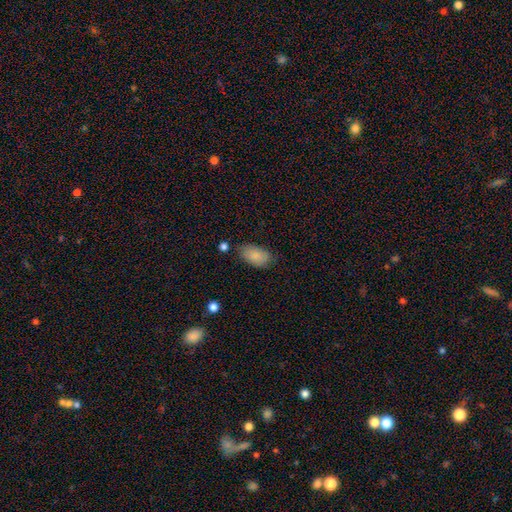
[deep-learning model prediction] Q: Smooth or featured?
A: smooth (85%); runner-up: featured or disk (8%)
Q: How rounded?
A: in between (94%); runner-up: round (5%)
Q: Merging?
A: none (72%); runner-up: minor disturbance (20%)